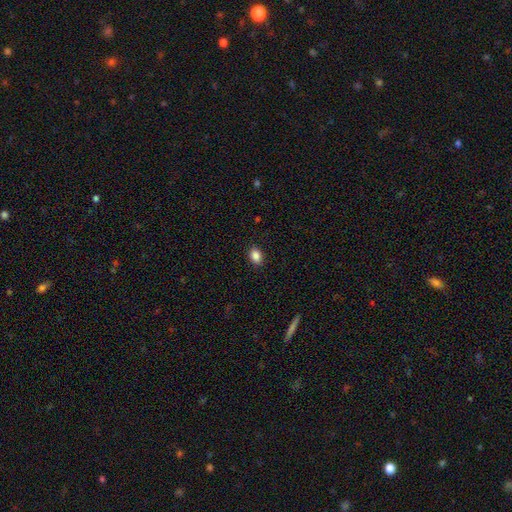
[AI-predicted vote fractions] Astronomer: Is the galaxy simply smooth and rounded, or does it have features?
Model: smooth — 87%.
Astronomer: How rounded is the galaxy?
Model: in between — 78%.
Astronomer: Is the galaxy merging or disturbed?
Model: none — 89%.